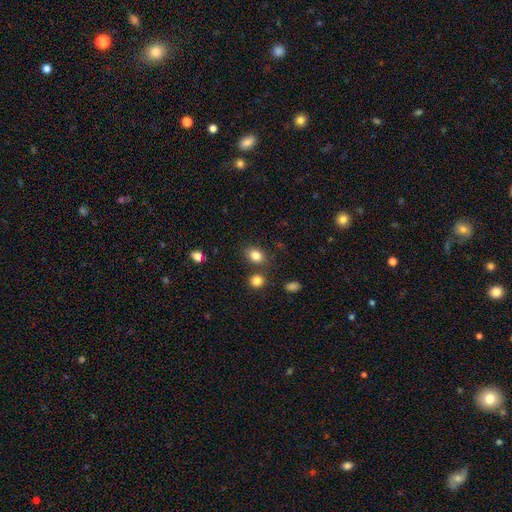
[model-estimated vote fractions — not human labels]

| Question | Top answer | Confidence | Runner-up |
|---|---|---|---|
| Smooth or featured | smooth | 84% | star or artifact (10%) |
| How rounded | in between | 63% | round (36%) |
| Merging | none | 75% | minor disturbance (11%) |